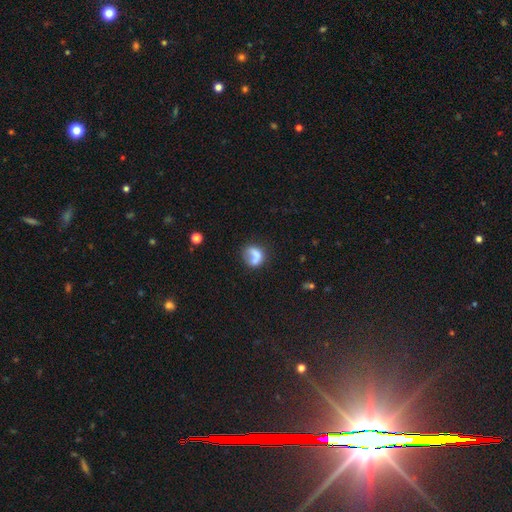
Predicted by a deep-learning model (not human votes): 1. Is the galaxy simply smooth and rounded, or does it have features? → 60% smooth, 28% featured or disk, 11% star or artifact.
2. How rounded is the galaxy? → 57% round, 41% in between, 2% cigar-shaped.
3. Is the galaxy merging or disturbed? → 39% none, 25% major disturbance, 19% minor disturbance, 16% merger.